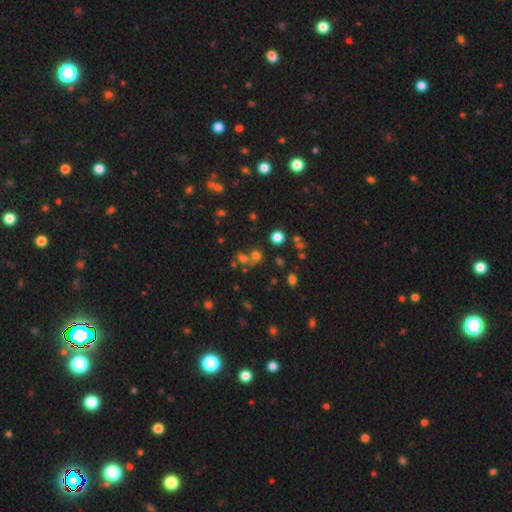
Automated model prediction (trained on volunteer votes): Morphology: type=smooth (59%); roundness=round (81%); merging=none (58%).